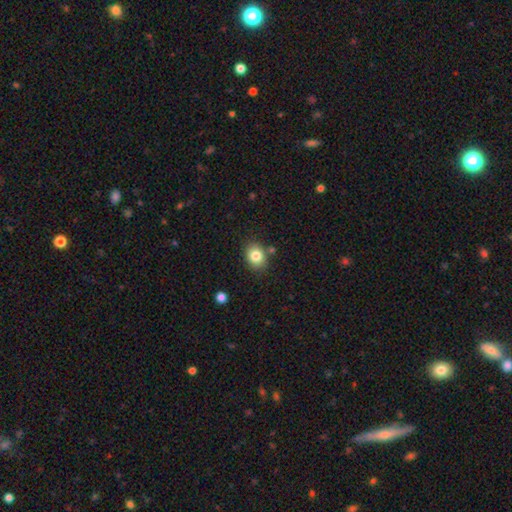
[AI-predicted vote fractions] This appears to be a smooth galaxy with no disk features (83%) that is in between round and cigar-shaped (51%). Merging: none (82%).